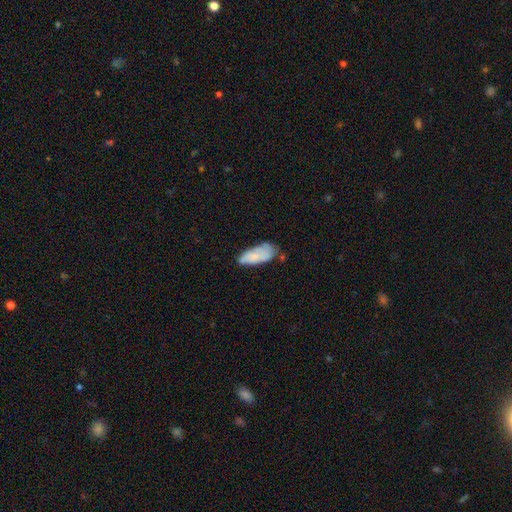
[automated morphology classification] Smooth or featured: smooth — 71% (featured or disk — 21%)
How rounded: in between — 80% (cigar-shaped — 18%)
Merging: none — 50% (minor disturbance — 32%)